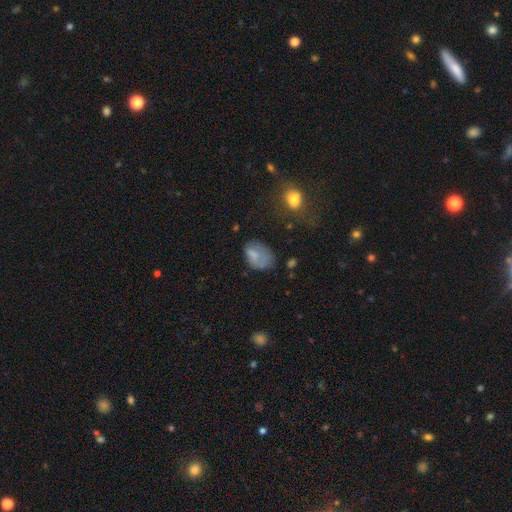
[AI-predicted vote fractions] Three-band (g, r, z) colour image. It shows a smooth galaxy with no disk features (68%) that is in between round and cigar-shaped (81%). Merging: none (41%).